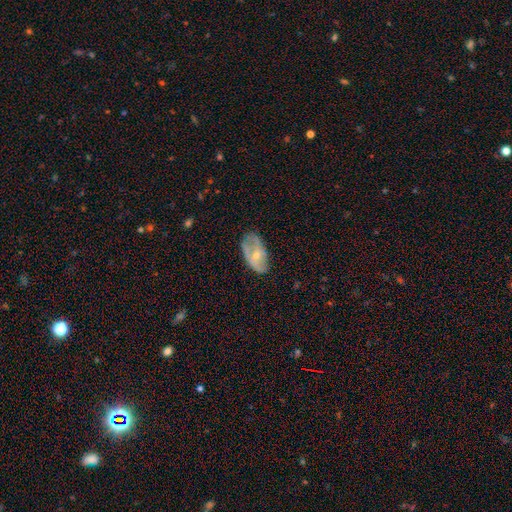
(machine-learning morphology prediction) This appears to be a featured or disk galaxy (48%). Merging: none (53%).